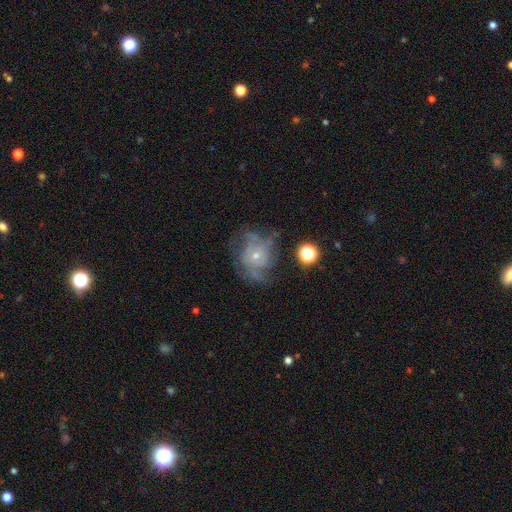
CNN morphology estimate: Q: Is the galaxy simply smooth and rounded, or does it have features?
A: featured or disk — 74%.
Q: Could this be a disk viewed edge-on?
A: no — 97%.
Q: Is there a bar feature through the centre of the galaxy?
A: no — 80%.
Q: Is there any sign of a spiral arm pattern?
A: yes — 85%.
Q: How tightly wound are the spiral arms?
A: tight — 44%.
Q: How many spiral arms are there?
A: can't tell — 39%.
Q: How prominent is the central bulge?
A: small — 68%.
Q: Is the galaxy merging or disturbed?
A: none — 62%.